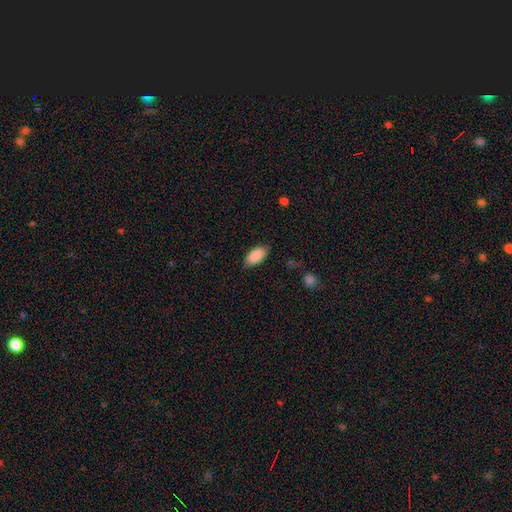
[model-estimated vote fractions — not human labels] Morphology: type=smooth (89%); roundness=in between (93%); merging=none (82%).